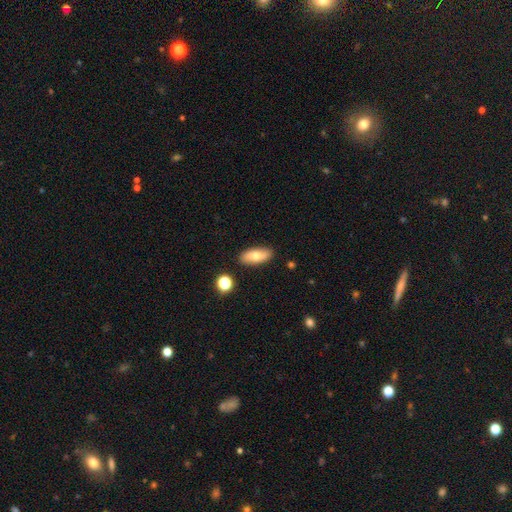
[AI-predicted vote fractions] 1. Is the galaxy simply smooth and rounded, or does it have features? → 69% smooth, 23% featured or disk, 7% star or artifact.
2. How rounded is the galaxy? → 80% in between, 17% cigar-shaped, 4% round.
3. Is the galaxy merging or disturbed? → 87% none, 9% minor disturbance, 2% merger, 2% major disturbance.